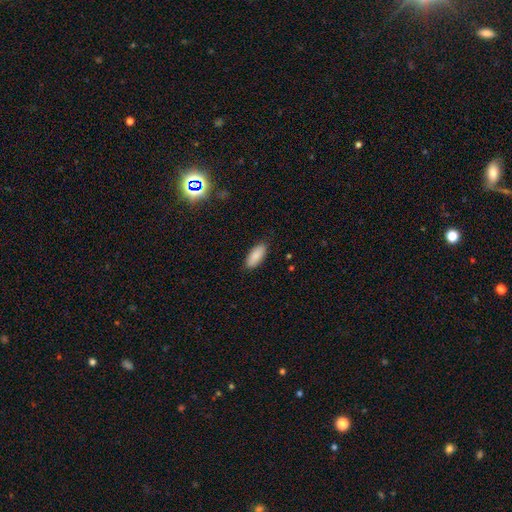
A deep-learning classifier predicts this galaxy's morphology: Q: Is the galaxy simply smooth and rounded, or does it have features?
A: smooth — 88%.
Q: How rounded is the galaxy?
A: in between — 85%.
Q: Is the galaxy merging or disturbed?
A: none — 86%.